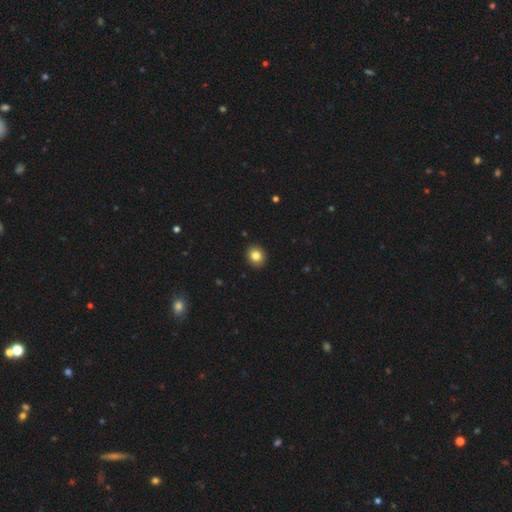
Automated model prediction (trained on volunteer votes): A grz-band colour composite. It shows a smooth galaxy with no disk features (84%) that is round (75%). Merging: none (92%).